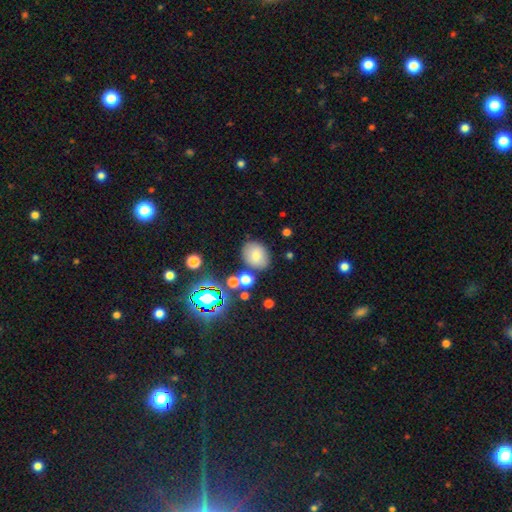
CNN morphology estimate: Q: Smooth or featured?
A: smooth (73%); runner-up: star or artifact (14%)
Q: How rounded?
A: round (50%); runner-up: in between (49%)
Q: Merging?
A: none (75%); runner-up: minor disturbance (13%)